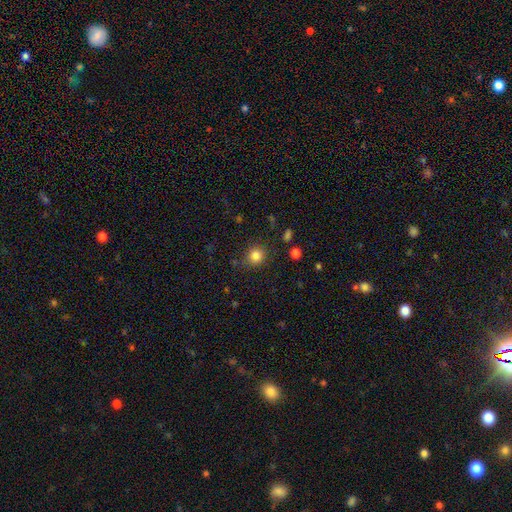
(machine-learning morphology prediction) Smooth or featured?
  - smooth: 83% *
  - star or artifact: 12%
  - featured or disk: 5%
How rounded?
  - round: 86% *
  - in between: 13%
  - cigar-shaped: 1%
Merging?
  - none: 83% *
  - minor disturbance: 11%
  - major disturbance: 4%
  - merger: 3%